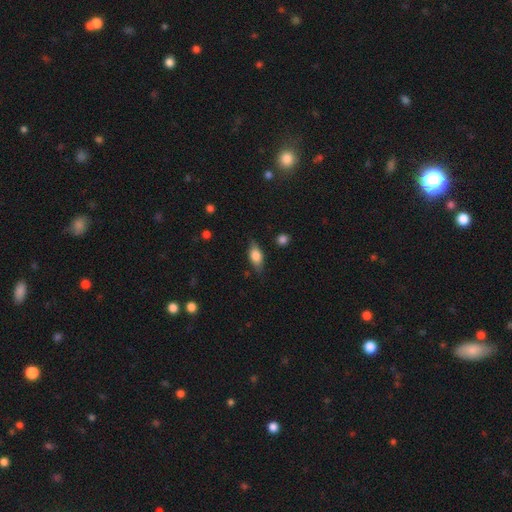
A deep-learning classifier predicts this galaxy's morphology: smooth_or_featured: smooth (p=0.66) [alt: featured or disk p=0.26]
how_rounded: in between (p=0.80) [alt: cigar-shaped p=0.14]
merging: none (p=0.77) [alt: minor disturbance p=0.17]